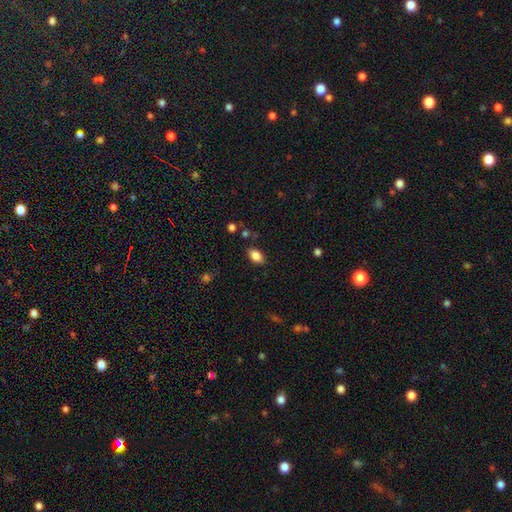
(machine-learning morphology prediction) smooth-or-featured: smooth: 84% | star or artifact: 9% | featured or disk: 7%
  how-rounded: in between: 91% | round: 7% | cigar-shaped: 3%
  merging: none: 83% | minor disturbance: 12% | major disturbance: 3% | merger: 2%